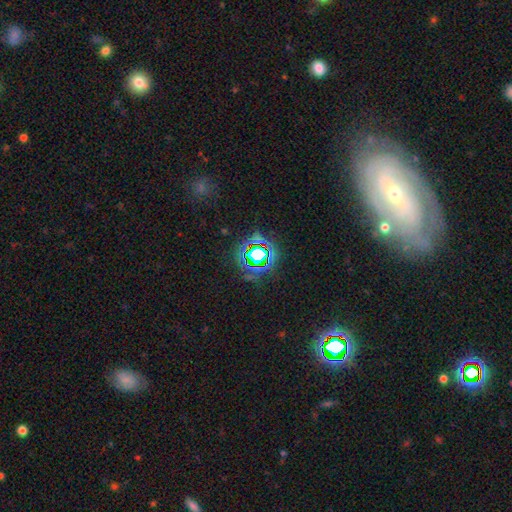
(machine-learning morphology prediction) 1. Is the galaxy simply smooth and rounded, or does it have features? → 72% star or artifact, 18% smooth, 10% featured or disk.